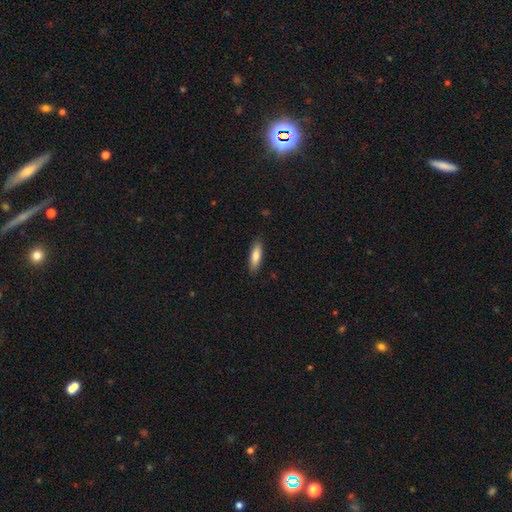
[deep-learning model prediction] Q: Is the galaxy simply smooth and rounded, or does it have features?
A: smooth — 81%.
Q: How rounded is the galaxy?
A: cigar-shaped — 56%.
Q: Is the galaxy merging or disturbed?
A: none — 87%.